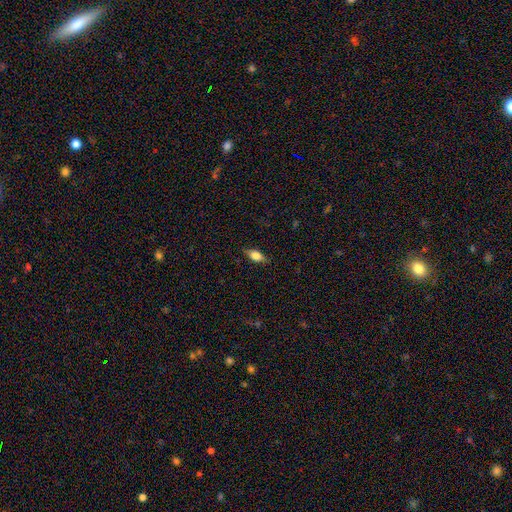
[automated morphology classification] This appears to be a smooth galaxy with no disk features (74%) that is in between round and cigar-shaped (84%). Merging: none (84%).